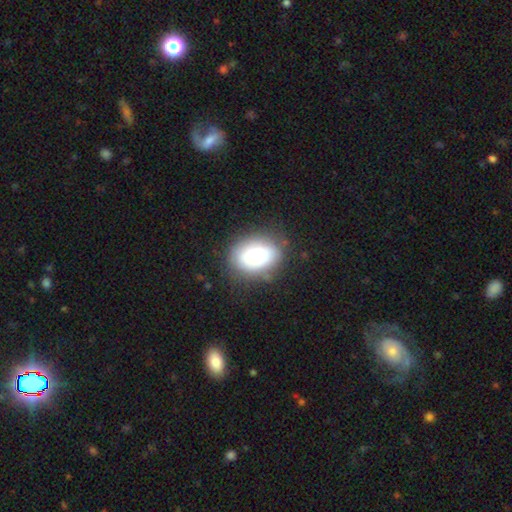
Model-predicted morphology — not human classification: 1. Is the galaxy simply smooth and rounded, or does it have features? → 77% smooth, 14% featured or disk, 9% star or artifact.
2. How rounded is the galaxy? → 76% in between, 23% round, 1% cigar-shaped.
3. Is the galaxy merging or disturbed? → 74% none, 18% minor disturbance, 6% major disturbance, 3% merger.